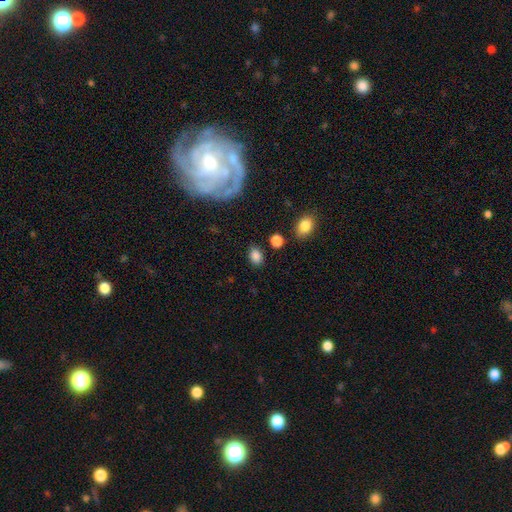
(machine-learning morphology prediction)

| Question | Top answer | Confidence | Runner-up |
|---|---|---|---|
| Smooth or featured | smooth | 85% | star or artifact (10%) |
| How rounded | in between | 74% | round (25%) |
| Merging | none | 80% | minor disturbance (12%) |